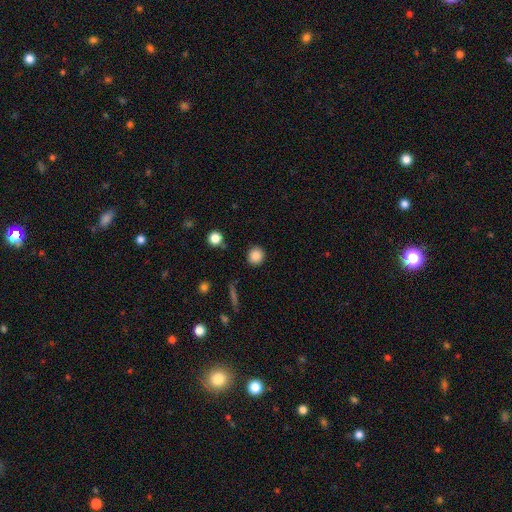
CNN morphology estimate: A smooth galaxy with no disk features (86%) that is round (91%). Merging: none (90%).